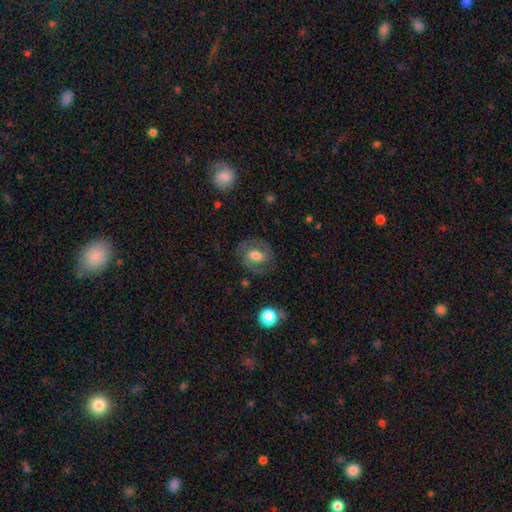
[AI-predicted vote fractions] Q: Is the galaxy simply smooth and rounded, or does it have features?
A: featured or disk — 65%.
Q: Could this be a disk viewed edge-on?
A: no — 97%.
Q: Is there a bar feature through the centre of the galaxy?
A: weak — 43%.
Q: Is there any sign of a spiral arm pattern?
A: yes — 85%.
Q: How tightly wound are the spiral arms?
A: medium — 51%.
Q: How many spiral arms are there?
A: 2 — 88%.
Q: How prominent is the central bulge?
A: moderate — 52%.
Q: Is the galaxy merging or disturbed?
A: none — 77%.